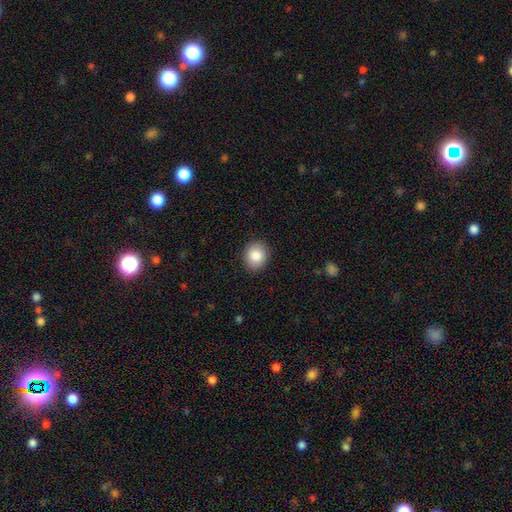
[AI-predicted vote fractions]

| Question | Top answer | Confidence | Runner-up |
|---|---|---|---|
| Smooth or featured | smooth | 86% | star or artifact (8%) |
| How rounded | round | 71% | in between (28%) |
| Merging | none | 89% | minor disturbance (8%) |